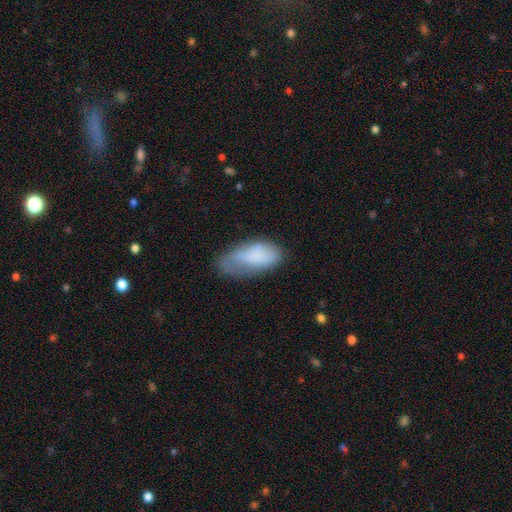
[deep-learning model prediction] smooth-or-featured: smooth: 75% | featured or disk: 17% | star or artifact: 8%
  how-rounded: in between: 91% | cigar-shaped: 7% | round: 2%
  merging: none: 42% | minor disturbance: 36% | major disturbance: 19% | merger: 3%